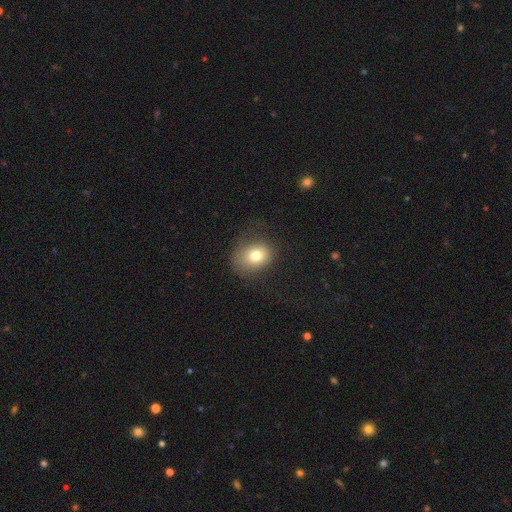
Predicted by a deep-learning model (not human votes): smooth-or-featured: smooth: 75% | featured or disk: 14% | star or artifact: 12%
  how-rounded: round: 51% | in between: 48% | cigar-shaped: 1%
  merging: none: 68% | minor disturbance: 20% | major disturbance: 11% | merger: 1%